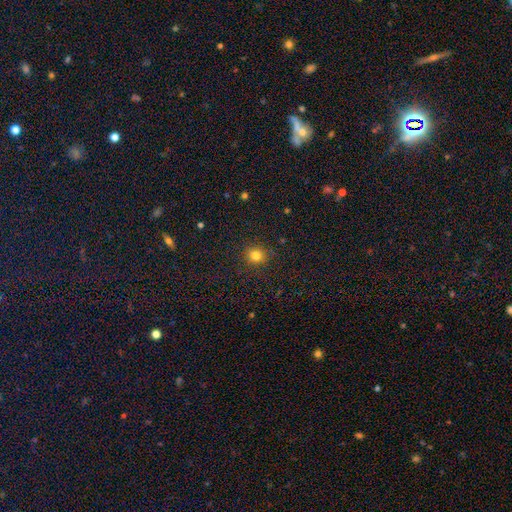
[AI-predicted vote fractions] Overall: smooth (81%). How rounded: round (87%). Merging: none (89%).